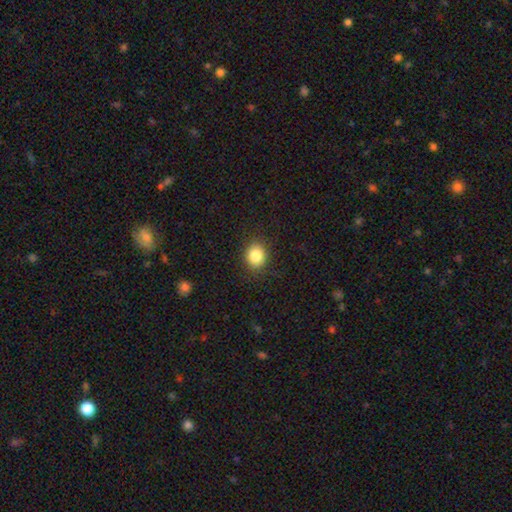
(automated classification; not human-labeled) Smooth or featured: smooth — 85% (star or artifact — 10%)
How rounded: round — 68% (in between — 31%)
Merging: none — 88% (minor disturbance — 8%)